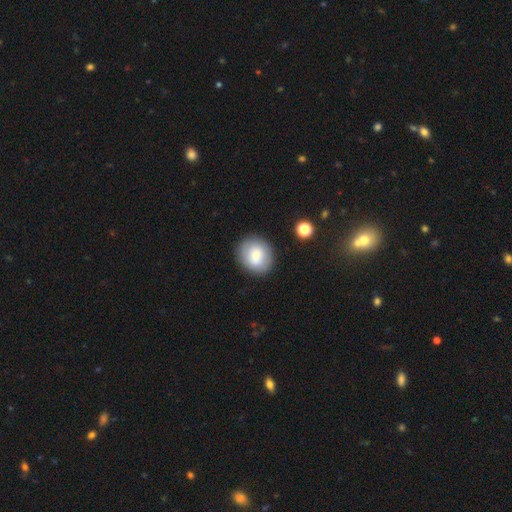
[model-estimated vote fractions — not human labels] Smooth or featured? Predicted: smooth (p=0.81). How rounded? Predicted: round (p=0.72). Merging? Predicted: none (p=0.85).